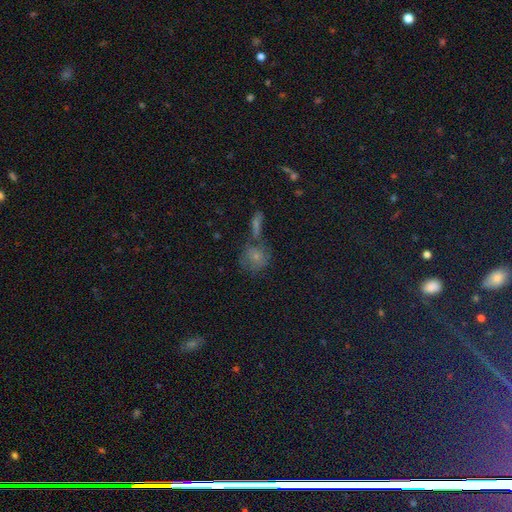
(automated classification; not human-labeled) The model was most divided on "merging": none: 55%, merger: 24%, minor disturbance: 14%, major disturbance: 7%. More confident: how rounded — round (80%); smooth or featured — smooth (55%).